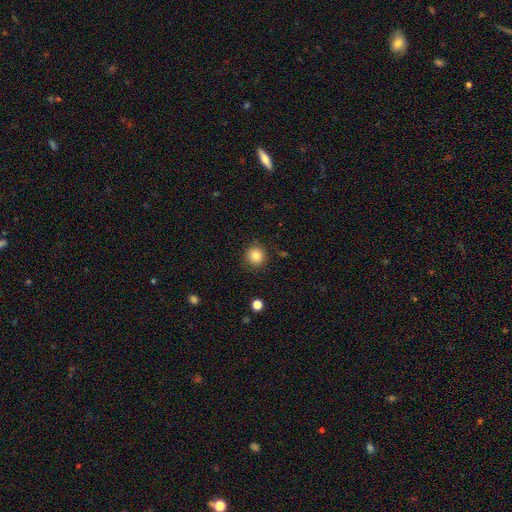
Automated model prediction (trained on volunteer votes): A smooth galaxy with no disk features (84%) that is round (93%). Merging: none (89%).